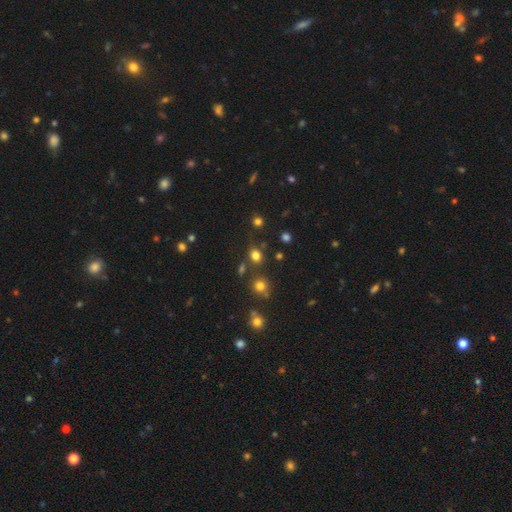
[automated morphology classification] Smooth or featured? smooth (73%)
How rounded? round (71%)
Merging? none (74%)